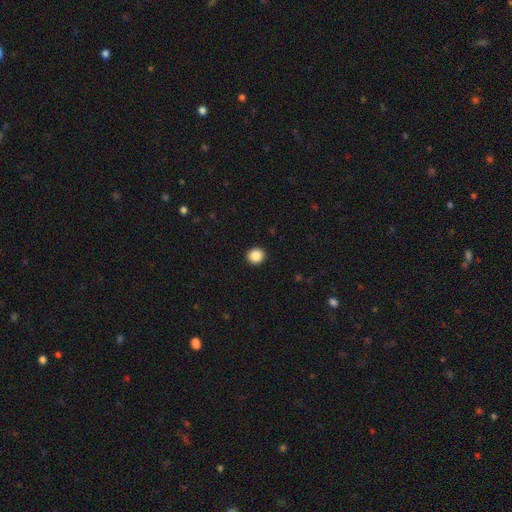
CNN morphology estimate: A smooth galaxy with no disk features (87%) that is round (92%). Merging: none (93%).